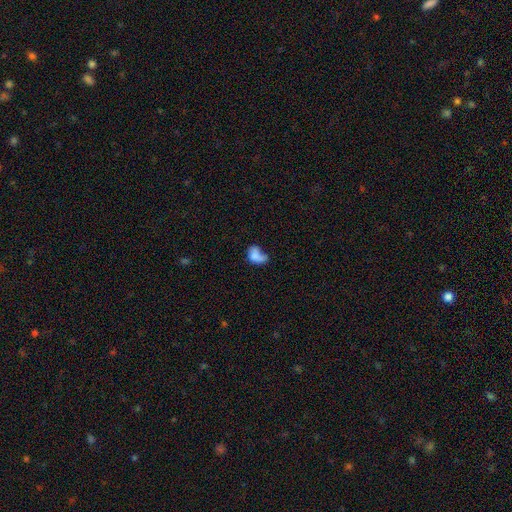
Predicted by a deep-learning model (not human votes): Smooth or featured?
  - smooth: 70% *
  - featured or disk: 20%
  - star or artifact: 10%
How rounded?
  - in between: 81% *
  - round: 17%
  - cigar-shaped: 2%
Merging?
  - major disturbance: 30% *
  - none: 26%
  - minor disturbance: 25%
  - merger: 19%